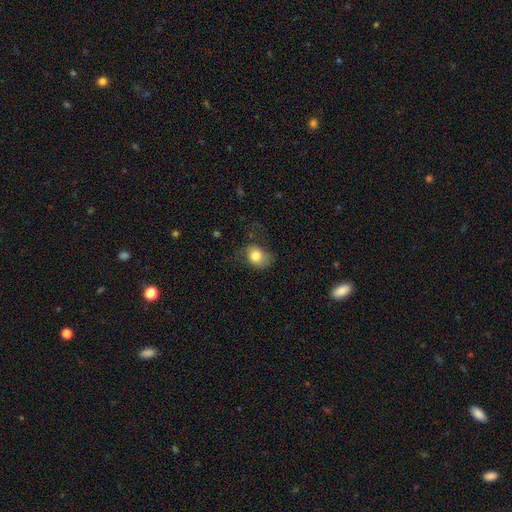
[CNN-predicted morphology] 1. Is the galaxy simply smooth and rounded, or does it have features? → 78% smooth, 13% featured or disk, 9% star or artifact.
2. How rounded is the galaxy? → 50% in between, 49% round, 1% cigar-shaped.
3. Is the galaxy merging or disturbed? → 53% none, 28% minor disturbance, 18% major disturbance, 2% merger.